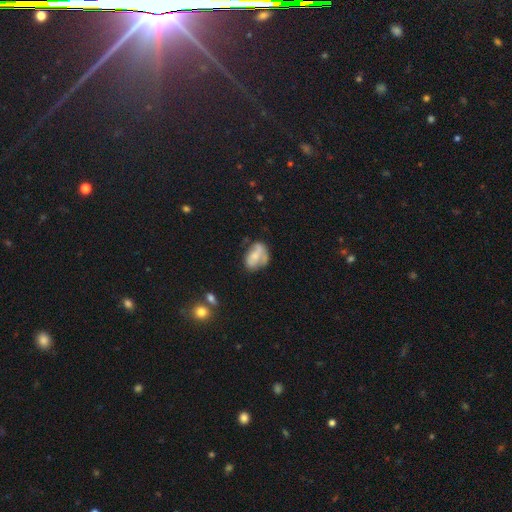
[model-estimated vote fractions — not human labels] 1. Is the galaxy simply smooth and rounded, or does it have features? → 56% smooth, 35% featured or disk, 8% star or artifact.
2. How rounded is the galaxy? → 80% in between, 19% round, 2% cigar-shaped.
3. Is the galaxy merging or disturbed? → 40% none, 33% minor disturbance, 20% major disturbance, 7% merger.